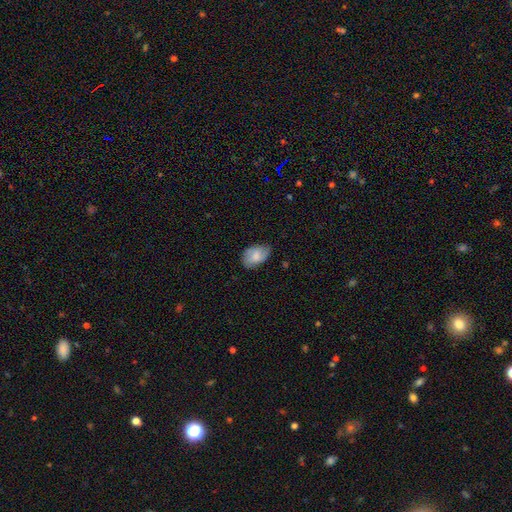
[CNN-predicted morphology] A smooth galaxy with no disk features (70%) that is in between round and cigar-shaped (87%).

Vote fractions:
- Smooth or featured? smooth: 70% / featured or disk: 22% / star or artifact: 7%
- How rounded? in between: 87% / round: 11% / cigar-shaped: 1%
- Merging? none: 65% / minor disturbance: 29% / major disturbance: 6% / merger: 1%